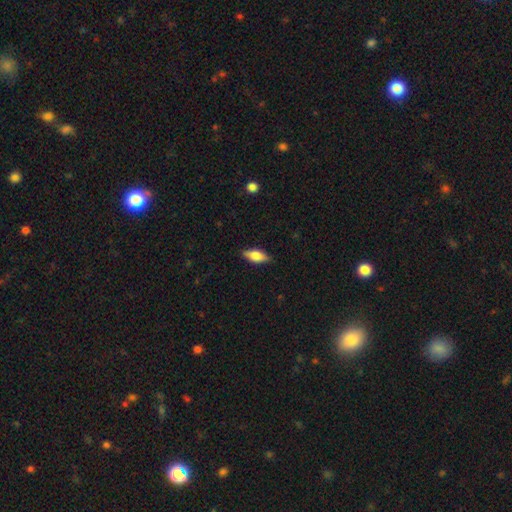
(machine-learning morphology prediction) A smooth galaxy with no disk features (66%) that is in between round and cigar-shaped (77%). Merging: none (85%).